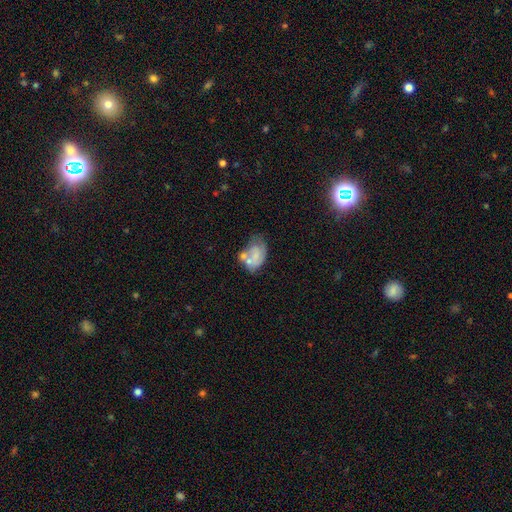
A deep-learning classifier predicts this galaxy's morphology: This appears to be a smooth galaxy with no disk features (51%) that is in between round and cigar-shaped (84%). Merging: merger (30%).